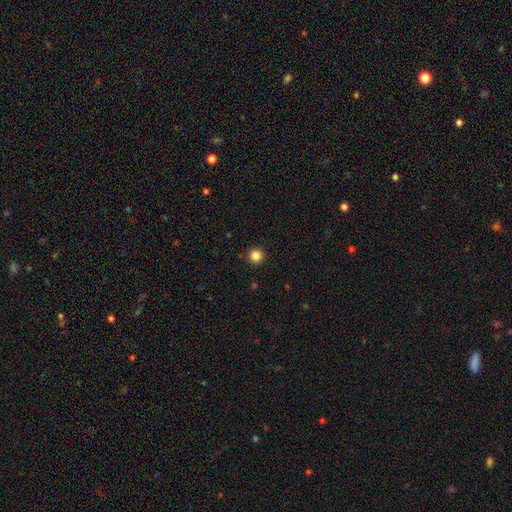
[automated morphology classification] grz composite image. It shows a smooth galaxy with no disk features (85%) that is round (96%). Merging: none (93%).